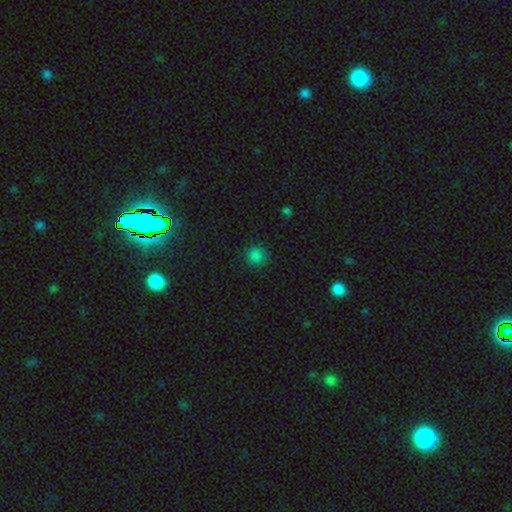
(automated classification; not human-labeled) Smooth or featured? smooth (82%)
How rounded? round (92%)
Merging? none (88%)